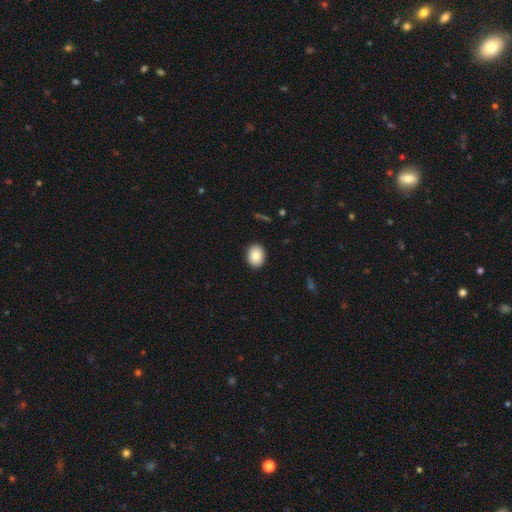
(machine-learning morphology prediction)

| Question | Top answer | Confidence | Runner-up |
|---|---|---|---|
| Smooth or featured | smooth | 86% | star or artifact (8%) |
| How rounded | in between | 63% | round (36%) |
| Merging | none | 91% | minor disturbance (7%) |